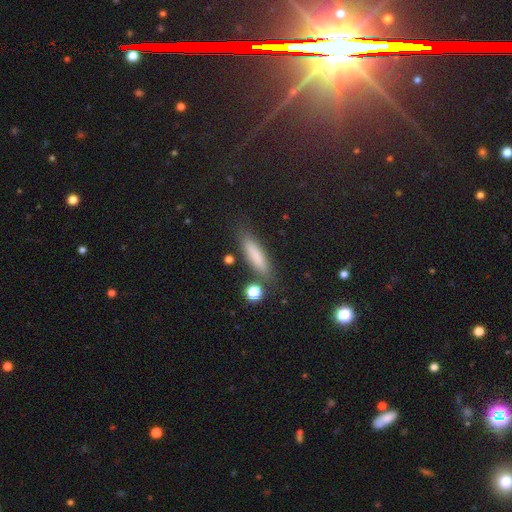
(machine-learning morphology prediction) smooth 78%, featured or disk 13%, star or artifact 10%. Down the decision tree: how rounded — cigar-shaped (76%); merging — none (80%).